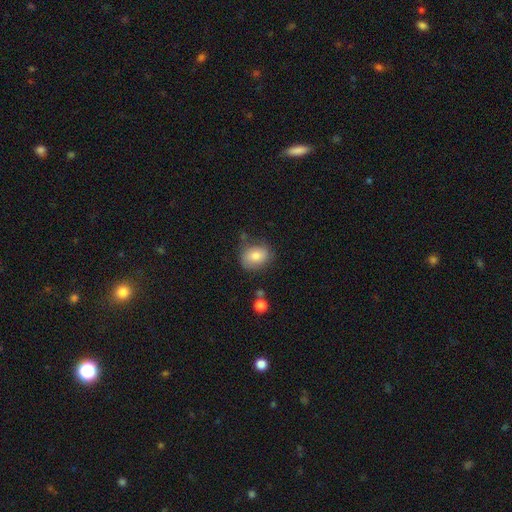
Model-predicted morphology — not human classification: Smooth or featured?
  - smooth: 77% *
  - featured or disk: 15%
  - star or artifact: 9%
How rounded?
  - in between: 50% *
  - round: 49%
  - cigar-shaped: 1%
Merging?
  - none: 67% *
  - minor disturbance: 22%
  - major disturbance: 7%
  - merger: 4%